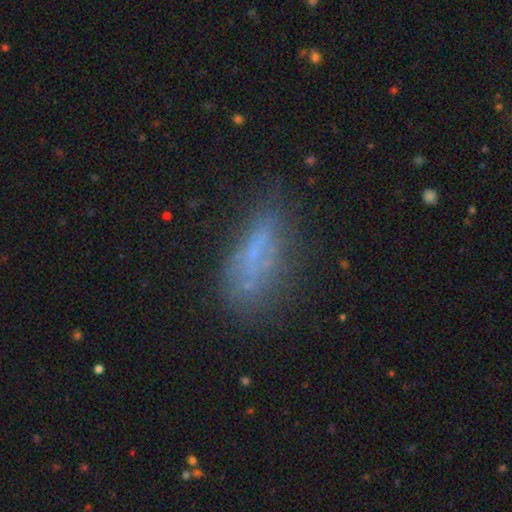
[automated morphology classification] A smooth galaxy with no disk features (48%).

Vote fractions:
- Smooth or featured? smooth: 48% / featured or disk: 35% / star or artifact: 17%
- Merging? none: 54% / minor disturbance: 23% / major disturbance: 16% / merger: 6%